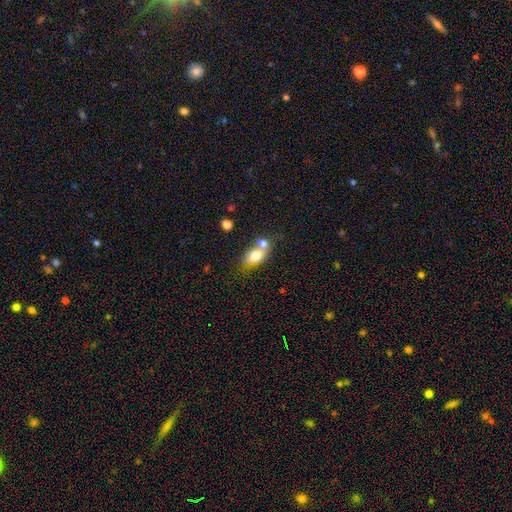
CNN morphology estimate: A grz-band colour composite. It shows a smooth galaxy with no disk features (73%) that is in between round and cigar-shaped (80%). Merging: merger (50%).